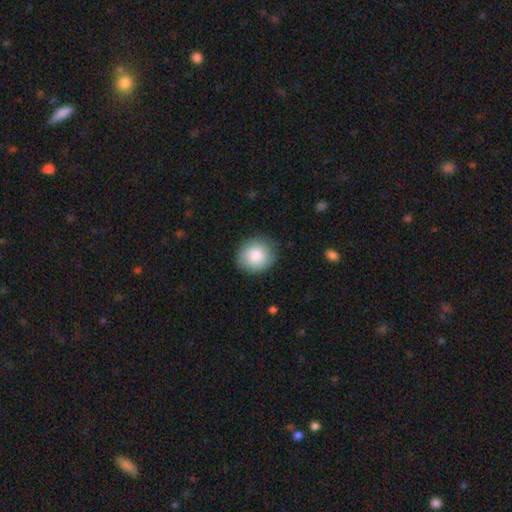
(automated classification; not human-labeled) smooth 85%, featured or disk 9%, star or artifact 7%. Down the decision tree: how rounded — round (83%); merging — none (86%).